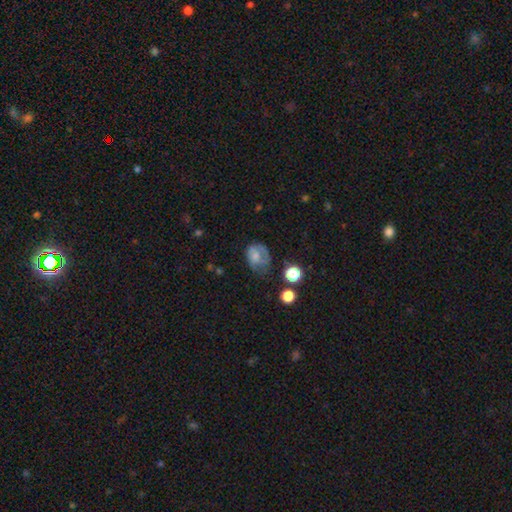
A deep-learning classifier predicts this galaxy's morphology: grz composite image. It shows a smooth galaxy with no disk features (57%) that is in between round and cigar-shaped (52%). Merging: none (37%).